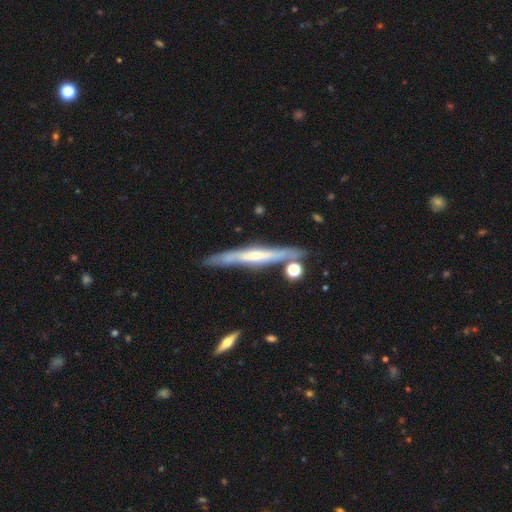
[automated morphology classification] Smooth or featured?
  - featured or disk: 71% *
  - smooth: 22%
  - star or artifact: 6%
Edge-on disk?
  - yes: 91% *
  - no: 9%
Edge-on bulge?
  - rounded: 62% *
  - none: 30%
  - boxy: 9%
Merging?
  - none: 80% *
  - minor disturbance: 13%
  - merger: 5%
  - major disturbance: 3%